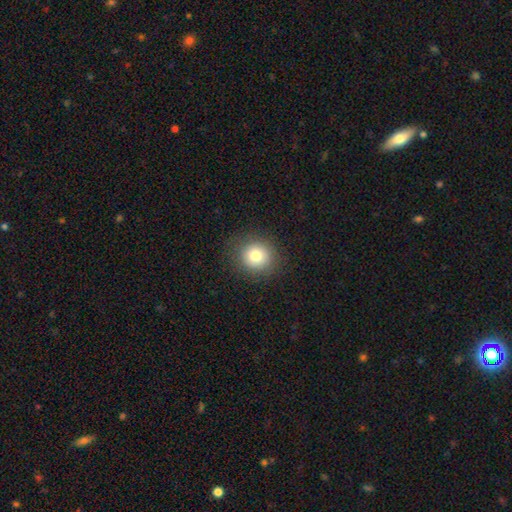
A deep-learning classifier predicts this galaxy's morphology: smooth_or_featured: smooth (p=0.79) [alt: star or artifact p=0.12]
how_rounded: round (p=0.91) [alt: in between p=0.08]
merging: none (p=0.89) [alt: minor disturbance p=0.07]